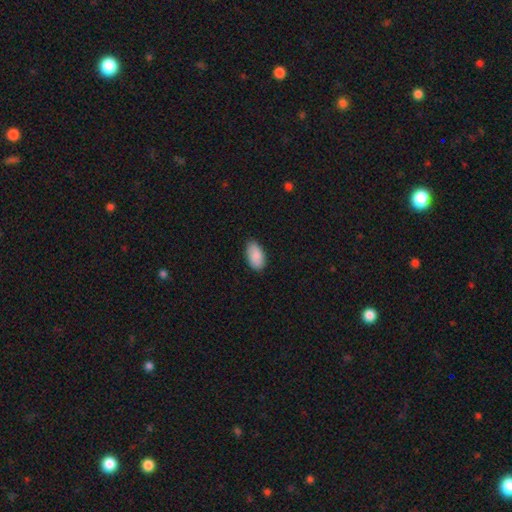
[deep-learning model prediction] The model was most divided on "merging": none: 83%, minor disturbance: 14%, major disturbance: 2%, merger: 1%. More confident: how rounded — in between (95%); smooth or featured — smooth (89%).